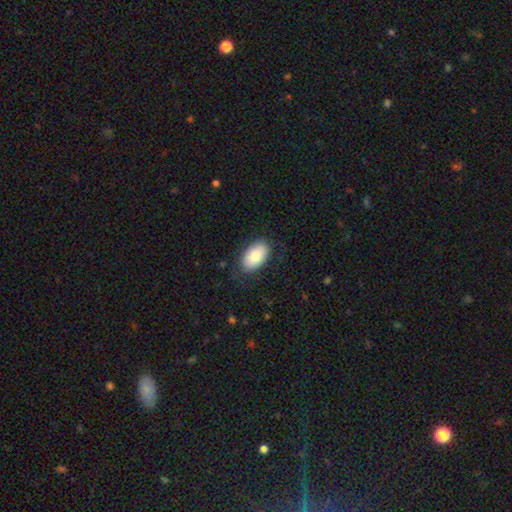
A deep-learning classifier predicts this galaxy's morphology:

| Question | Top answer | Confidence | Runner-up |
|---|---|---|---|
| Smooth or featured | smooth | 84% | featured or disk (10%) |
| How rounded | in between | 95% | round (4%) |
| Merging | none | 81% | minor disturbance (14%) |